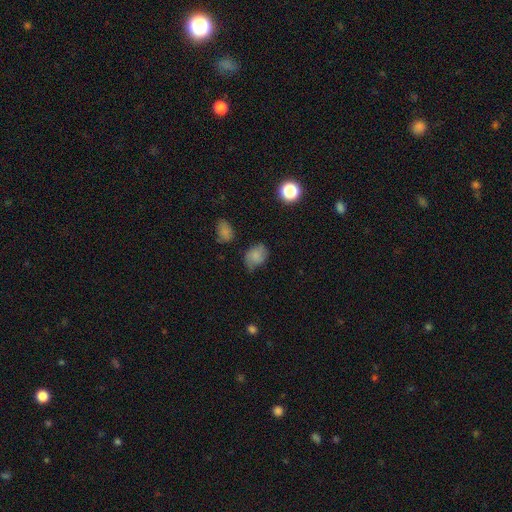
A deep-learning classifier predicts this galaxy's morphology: Overall: smooth (72%). How rounded: in between (70%). Merging: none (54%; minor disturbance 33%).